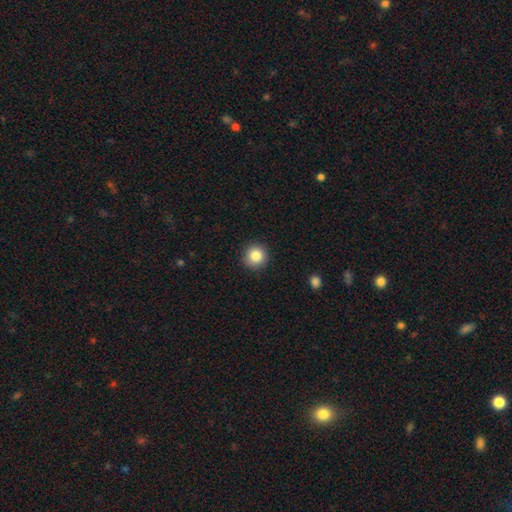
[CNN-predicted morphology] Smooth or featured? smooth (85%)
How rounded? round (95%)
Merging? none (91%)